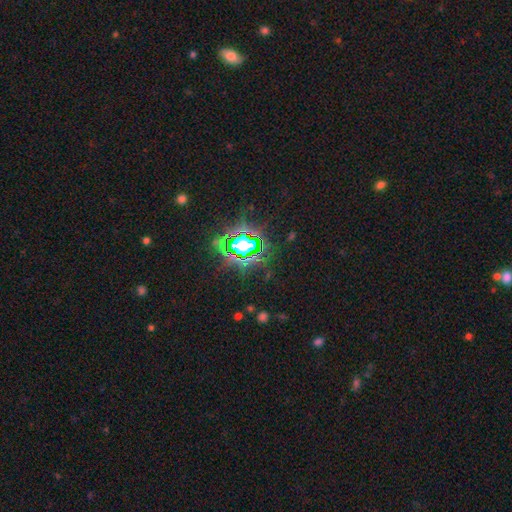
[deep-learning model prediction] Smooth or featured?
  - star or artifact: 84% *
  - smooth: 10%
  - featured or disk: 7%